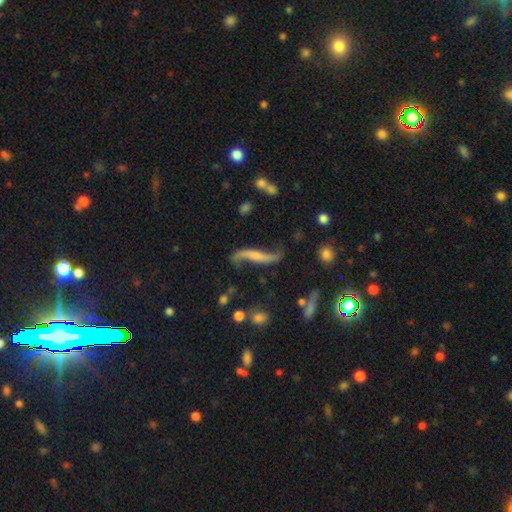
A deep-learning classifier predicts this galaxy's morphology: The model was most divided on "bulge size": none: 43%, small: 32%, moderate: 17%, large: 5%, dominant: 3%. Remaining: spiral winding — loose (95%); spiral arms — yes (92%); spiral arm count — 2 (92%); smooth or featured — featured or disk (82%); edge-on disk — no (77%); merging — none (65%); bar — no (46%).